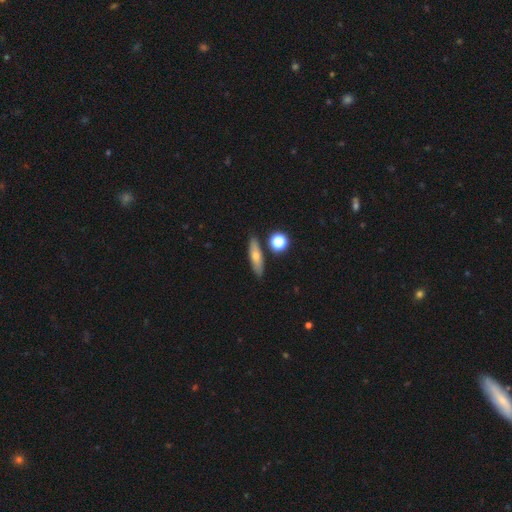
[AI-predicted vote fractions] This is possibly a smooth galaxy (55%). How rounded: possibly cigar-shaped (60%). Merging: clearly none (84%).